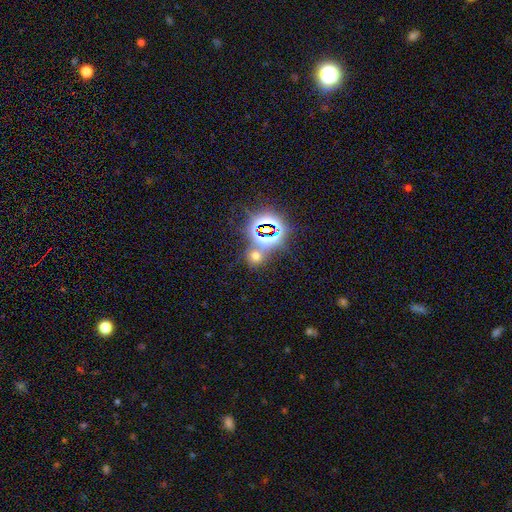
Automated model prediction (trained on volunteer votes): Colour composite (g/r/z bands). It shows a star or artifact, not a galaxy (48%).